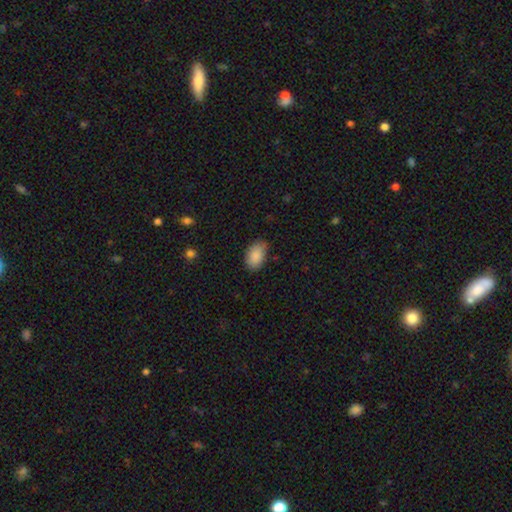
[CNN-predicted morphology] Smooth or featured? Predicted: smooth (p=0.88). How rounded? Predicted: in between (p=0.90). Merging? Predicted: none (p=0.75).